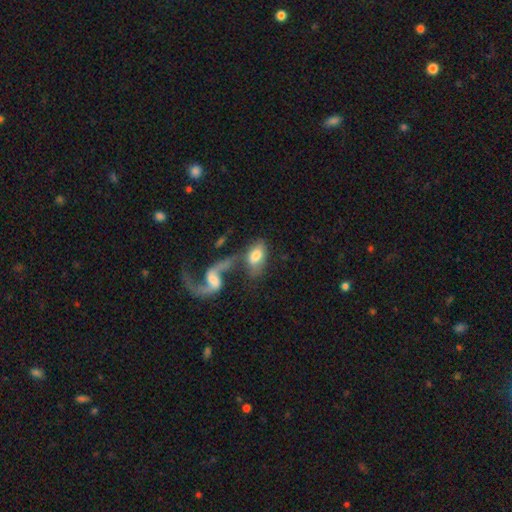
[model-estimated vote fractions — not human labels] This is likely a smooth galaxy (65%). How rounded: clearly in between (92%). Merging: possibly merger (47%).